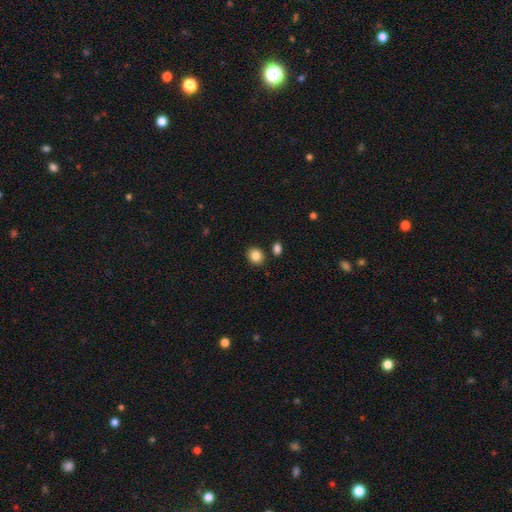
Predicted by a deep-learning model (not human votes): This appears to be a smooth galaxy with no disk features (86%) that is round (64%). Merging: none (84%).